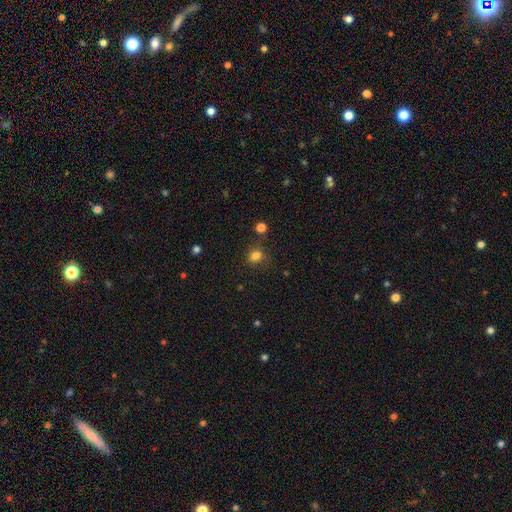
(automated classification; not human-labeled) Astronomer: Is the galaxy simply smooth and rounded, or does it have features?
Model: smooth — 79%.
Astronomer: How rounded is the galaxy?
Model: in between — 55% (runner-up: round, 43%).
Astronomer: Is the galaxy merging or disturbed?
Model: none — 65%.